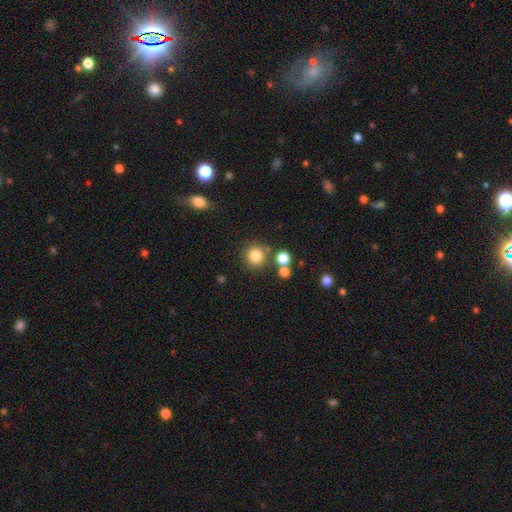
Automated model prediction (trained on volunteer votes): Smooth or featured: smooth — 81% (star or artifact — 13%)
How rounded: round — 93% (in between — 6%)
Merging: none — 79% (merger — 9%)